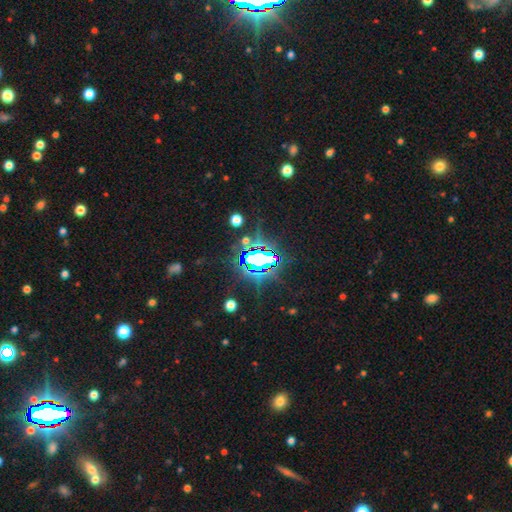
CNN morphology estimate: A star or artifact, not a galaxy (75%).